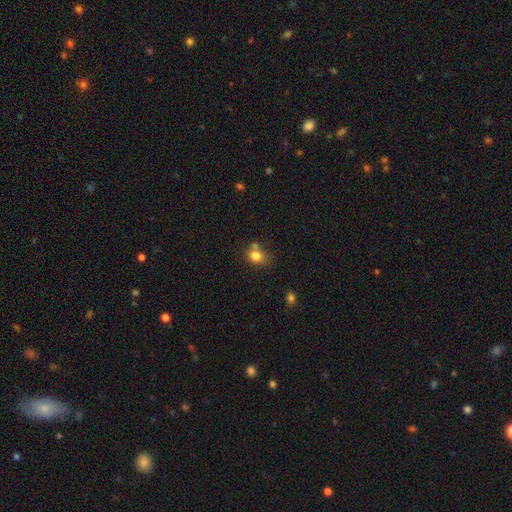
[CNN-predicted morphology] Smooth or featured?
  - smooth: 80% *
  - star or artifact: 11%
  - featured or disk: 9%
How rounded?
  - round: 58% *
  - in between: 41%
  - cigar-shaped: 1%
Merging?
  - none: 50% *
  - merger: 26%
  - minor disturbance: 18%
  - major disturbance: 6%